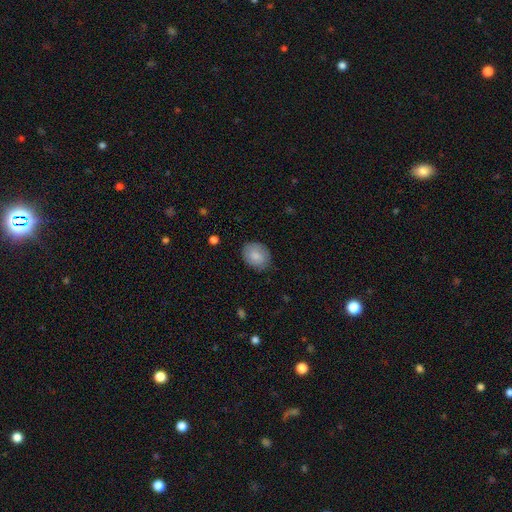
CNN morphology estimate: Smooth or featured? Predicted: smooth (p=0.80). How rounded? Predicted: in between (p=0.56). Merging? Predicted: none (p=0.78).